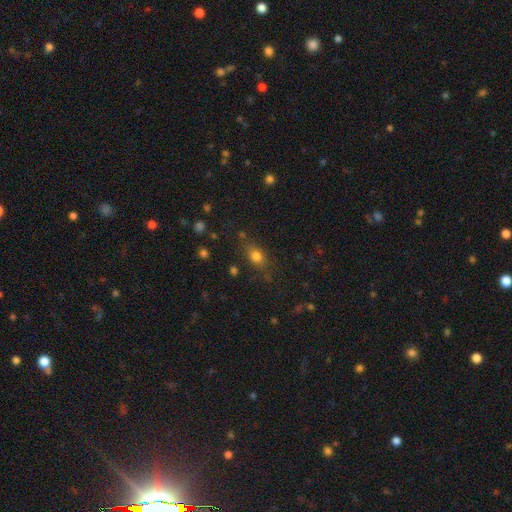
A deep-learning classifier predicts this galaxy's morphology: This appears to be a smooth galaxy with no disk features (77%) that is in between round and cigar-shaped (63%). Merging: none (74%).